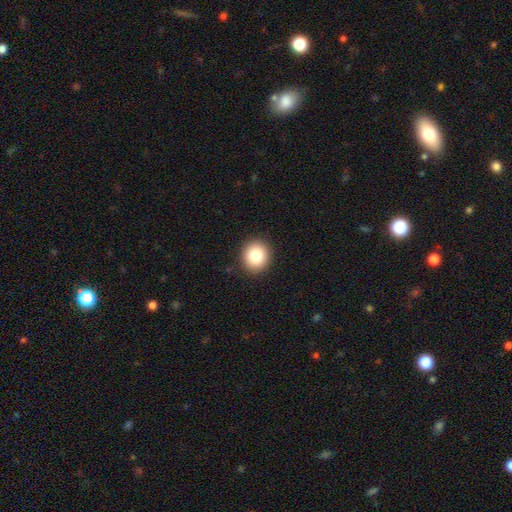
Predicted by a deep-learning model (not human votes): This appears to be a smooth galaxy with no disk features (82%) that is round (84%). Merging: none (91%).